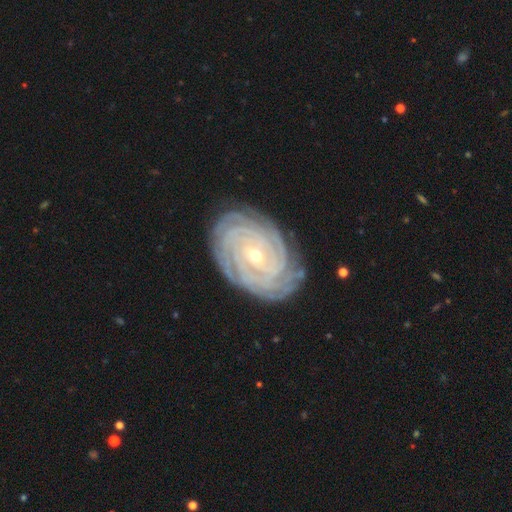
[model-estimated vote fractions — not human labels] A featured or disk galaxy (91%) with no bar (46%), more than 4 (28%) tight (90%) spiral arms (98%) and a small central bulge (58%).

Vote fractions:
- Smooth or featured? featured or disk: 91% / smooth: 5% / star or artifact: 5%
- Edge-on disk? no: 97% / yes: 3%
- Bar? no: 46% / weak: 37% / strong: 17%
- Spiral arms? yes: 98% / no: 2%
- Spiral winding? tight: 90% / medium: 8% / loose: 2%
- Spiral arm count? more than 4: 28% / 4: 24% / can't tell: 20% / 3: 12% / 2: 9% / 1: 8%
- Bulge size? small: 58% / moderate: 40% / large: 1% / none: 1% / dominant: 1%
- Merging? none: 82% / minor disturbance: 13% / major disturbance: 3% / merger: 1%